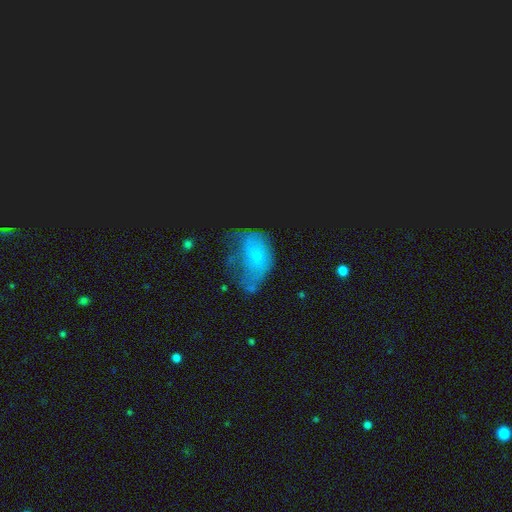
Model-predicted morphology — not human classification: type=smooth (45%); merging=major disturbance (46%).